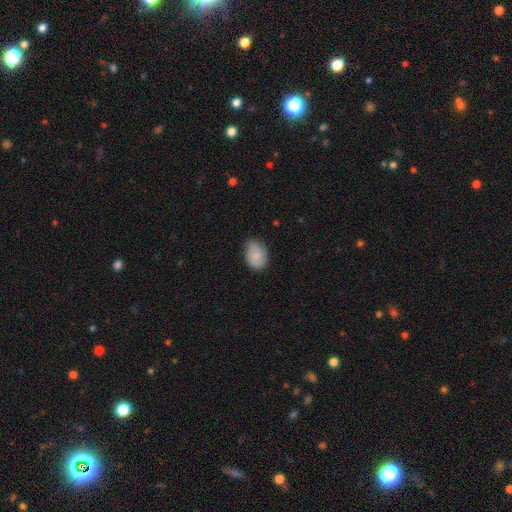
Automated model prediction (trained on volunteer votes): Q: Smooth or featured?
A: smooth (75%); runner-up: featured or disk (18%)
Q: How rounded?
A: in between (78%); runner-up: round (21%)
Q: Merging?
A: none (71%); runner-up: minor disturbance (23%)